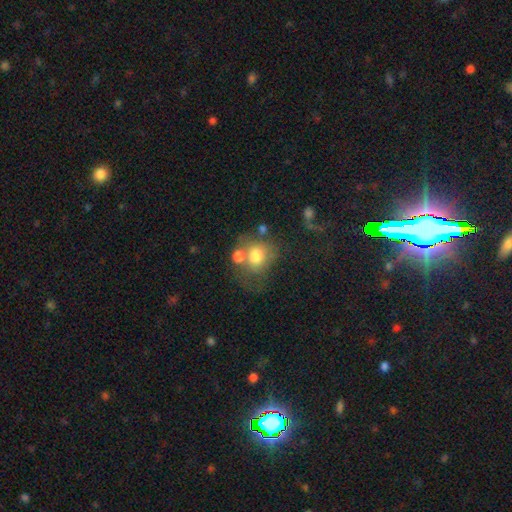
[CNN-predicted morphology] A smooth galaxy with no disk features (72%) that is round (66%). Merging: none (38%).